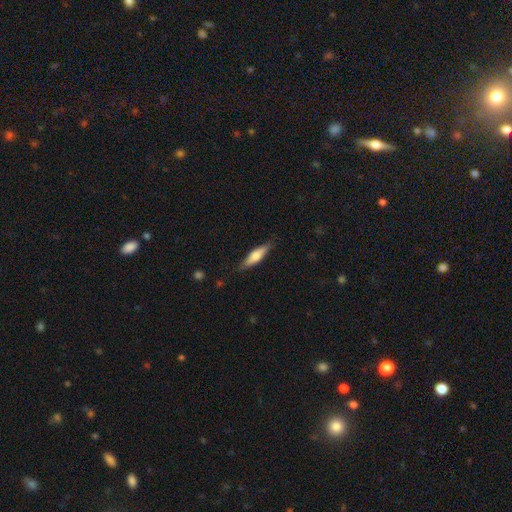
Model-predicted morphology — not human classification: This appears to be a smooth galaxy with no disk features (66%) that is cigar-shaped (66%). Merging: none (84%).